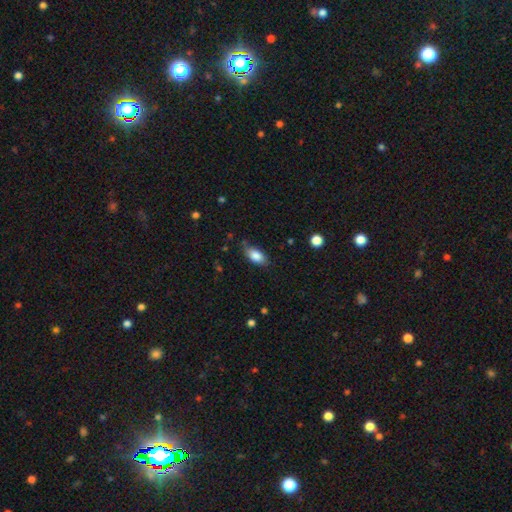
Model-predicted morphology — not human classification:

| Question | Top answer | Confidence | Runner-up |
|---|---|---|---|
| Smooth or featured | smooth | 84% | featured or disk (8%) |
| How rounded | in between | 90% | cigar-shaped (5%) |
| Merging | none | 74% | minor disturbance (20%) |